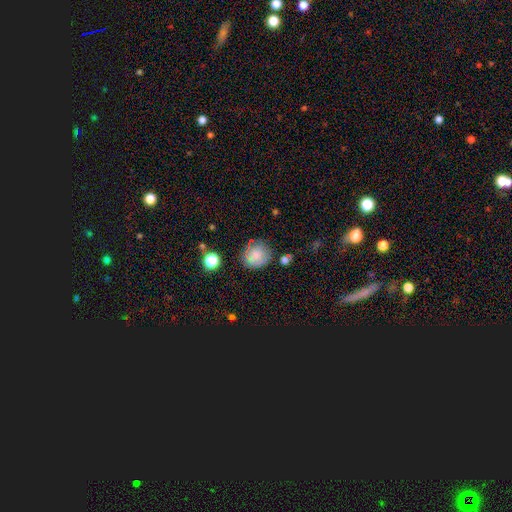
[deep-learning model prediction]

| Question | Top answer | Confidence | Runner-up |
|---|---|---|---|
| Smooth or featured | smooth | 71% | featured or disk (19%) |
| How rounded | round | 84% | in between (15%) |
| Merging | none | 72% | minor disturbance (18%) |